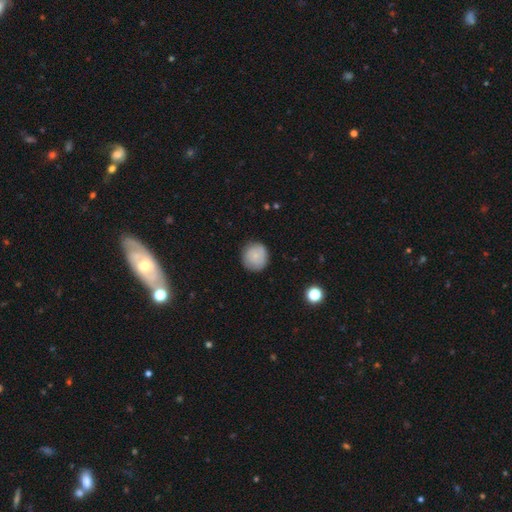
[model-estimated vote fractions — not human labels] smooth 78%, featured or disk 15%, star or artifact 7%. Down the decision tree: how rounded — round (92%); merging — none (85%).